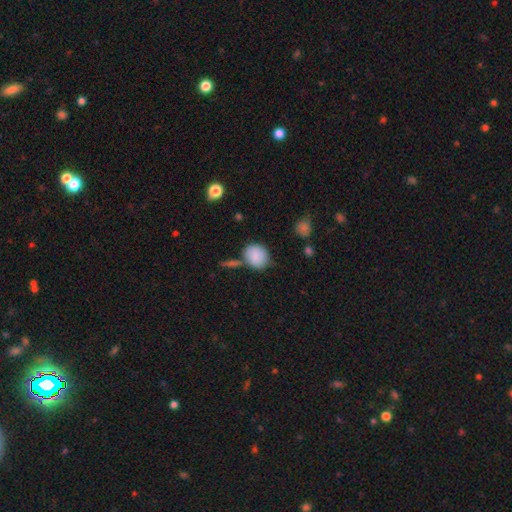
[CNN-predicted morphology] smooth 86%, star or artifact 7%, featured or disk 7%. Down the decision tree: how rounded — round (68%); merging — none (64%).